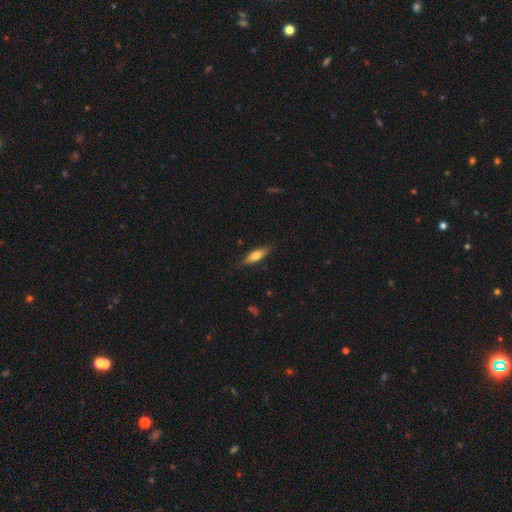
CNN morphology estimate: Smooth or featured? Predicted: smooth (p=0.59). How rounded? Predicted: cigar-shaped (p=0.58). Merging? Predicted: none (p=0.83).